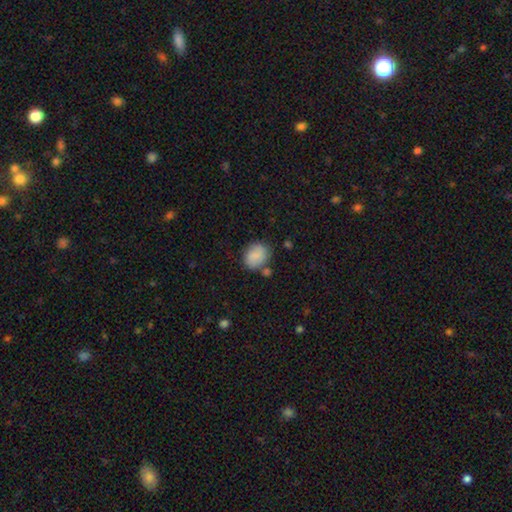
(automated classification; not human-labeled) The model was most divided on "how rounded": round: 62%, in between: 37%, cigar-shaped: 1%. More confident: smooth or featured — smooth (81%); merging — none (68%).